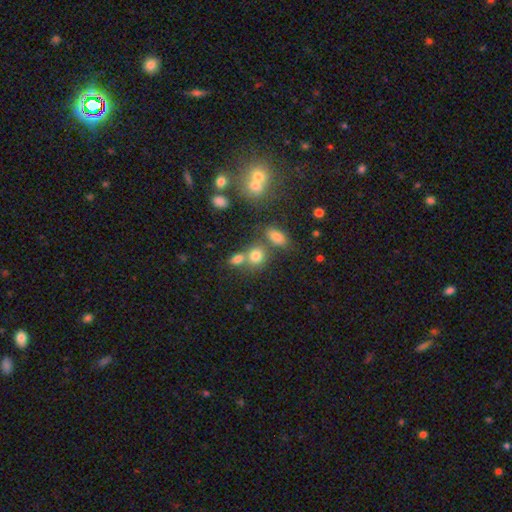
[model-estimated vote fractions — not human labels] Overall: smooth (74%). How rounded: round (65%; in between 33%). Merging: none (48%; merger 36%).